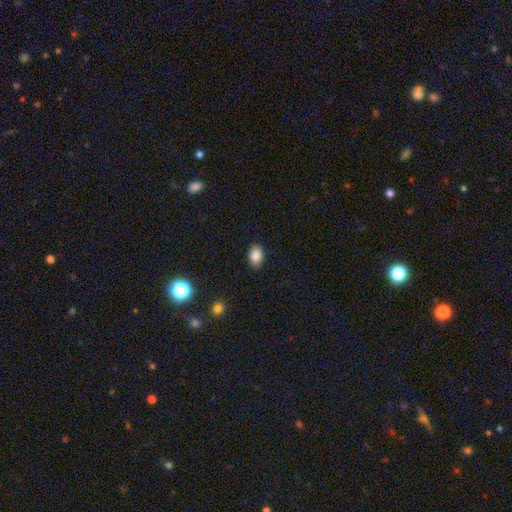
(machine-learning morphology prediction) A smooth galaxy with no disk features (86%) that is in between round and cigar-shaped (79%).

Vote fractions:
- Smooth or featured? smooth: 86% / star or artifact: 9% / featured or disk: 5%
- How rounded? in between: 79% / round: 20% / cigar-shaped: 1%
- Merging? none: 88% / minor disturbance: 8% / major disturbance: 2% / merger: 1%